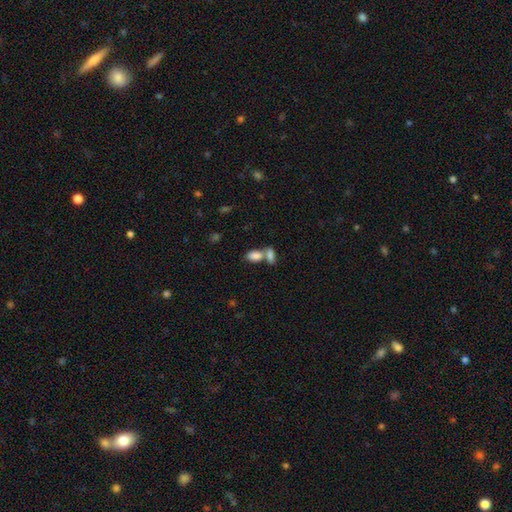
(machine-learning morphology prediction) A smooth galaxy with no disk features (83%) that is in between round and cigar-shaped (90%). Merging: merger (58%).